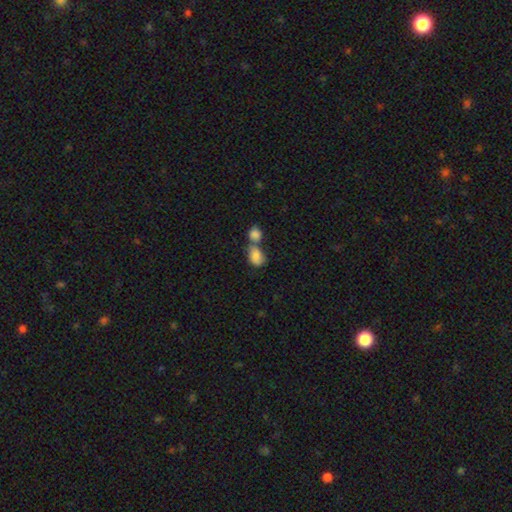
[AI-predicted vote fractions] A smooth galaxy with no disk features (85%) that is in between round and cigar-shaped (75%). Merging: merger (66%).